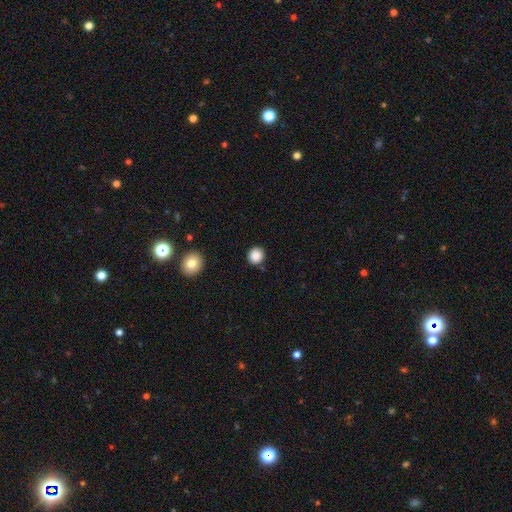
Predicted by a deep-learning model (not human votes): Smooth or featured? Predicted: smooth (p=0.88). How rounded? Predicted: round (p=0.92). Merging? Predicted: none (p=0.89).